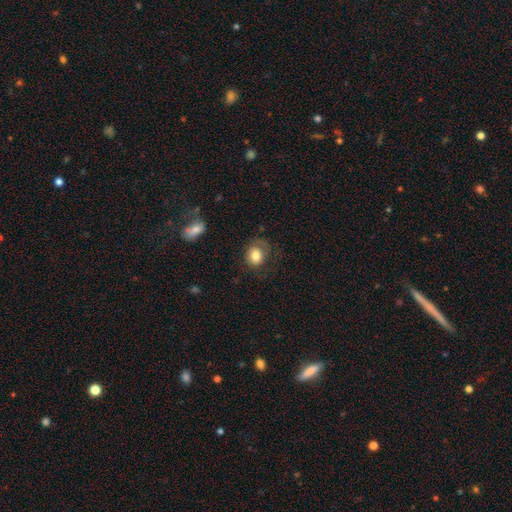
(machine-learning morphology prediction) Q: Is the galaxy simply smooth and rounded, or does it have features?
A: smooth — 78%.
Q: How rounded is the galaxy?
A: round — 65%.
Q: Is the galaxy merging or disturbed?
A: none — 60%.